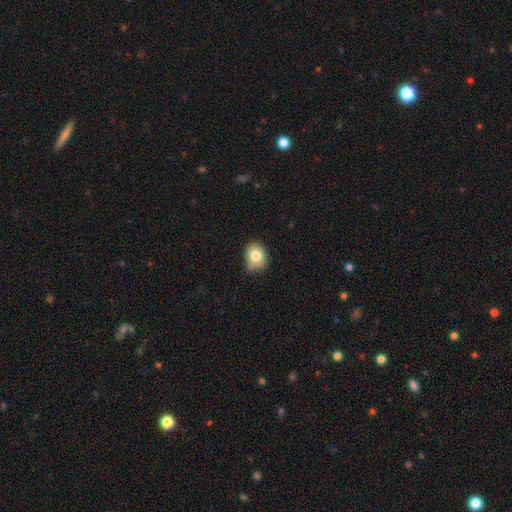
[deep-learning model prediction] Smooth or featured?
  - smooth: 80% *
  - featured or disk: 11%
  - star or artifact: 9%
How rounded?
  - in between: 55% *
  - round: 44%
  - cigar-shaped: 1%
Merging?
  - none: 61% *
  - minor disturbance: 29%
  - major disturbance: 5%
  - merger: 4%